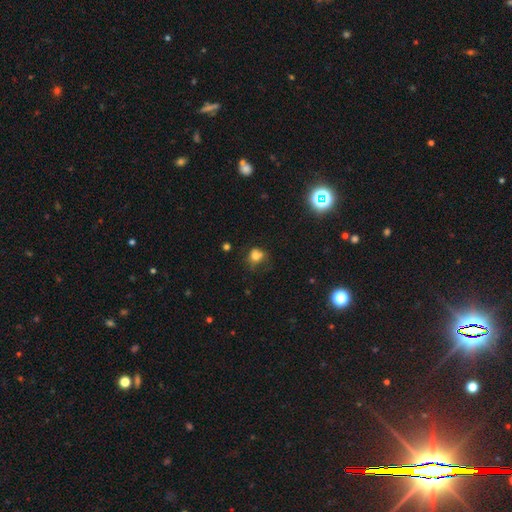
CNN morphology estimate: Overall: smooth (74%). How rounded: round (64%; in between 35%). Merging: none (43%; minor disturbance 30%).